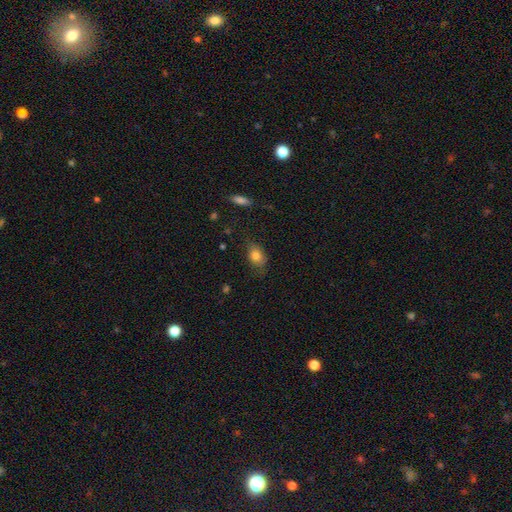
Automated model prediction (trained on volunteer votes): smooth 82%, featured or disk 10%, star or artifact 9%. Down the decision tree: how rounded — in between (78%); merging — none (70%).